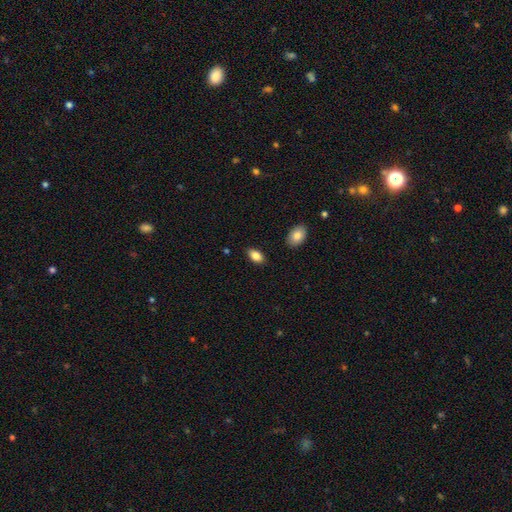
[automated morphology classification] A smooth galaxy with no disk features (84%) that is in between round and cigar-shaped (92%).

Vote fractions:
- Smooth or featured? smooth: 84% / star or artifact: 8% / featured or disk: 8%
- How rounded? in between: 92% / round: 6% / cigar-shaped: 3%
- Merging? none: 87% / minor disturbance: 9% / major disturbance: 2% / merger: 2%